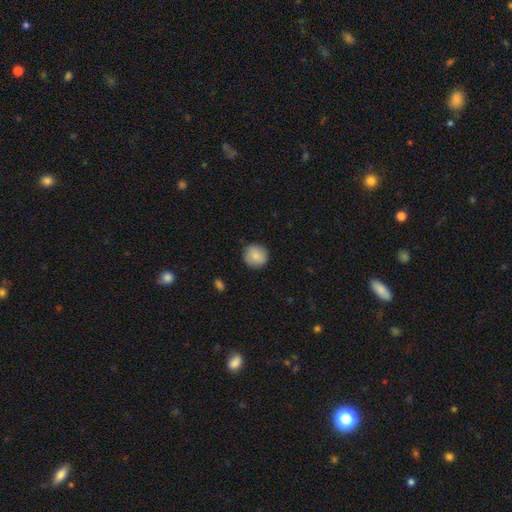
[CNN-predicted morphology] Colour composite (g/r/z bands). It shows a smooth galaxy with no disk features (85%) that is round (91%). Merging: none (88%).